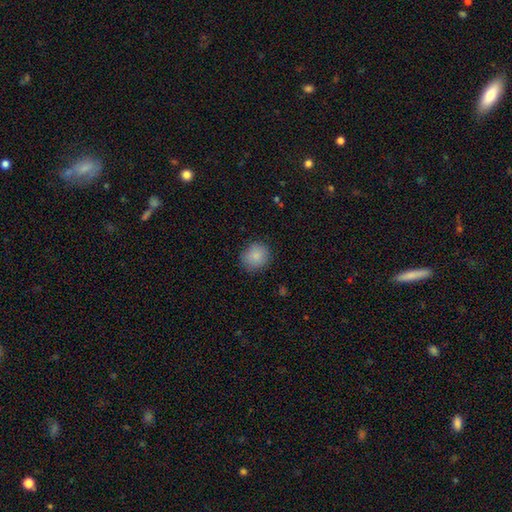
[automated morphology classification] smooth-or-featured: smooth: 86% | star or artifact: 8% | featured or disk: 5%
  how-rounded: round: 85% | in between: 14% | cigar-shaped: 1%
  merging: none: 86% | minor disturbance: 10% | major disturbance: 3% | merger: 1%